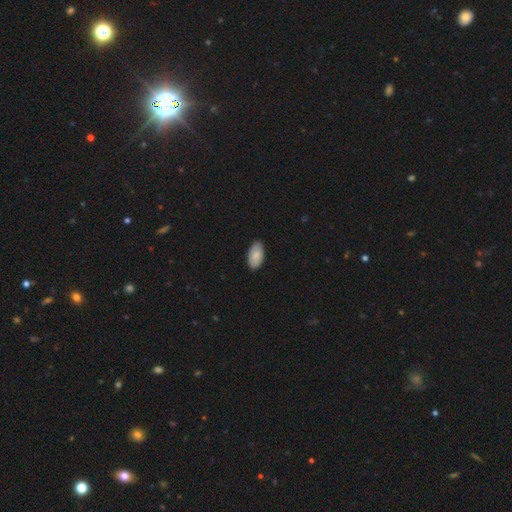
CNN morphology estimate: Smooth or featured? Predicted: smooth (p=0.86). How rounded? Predicted: in between (p=0.96). Merging? Predicted: none (p=0.85).